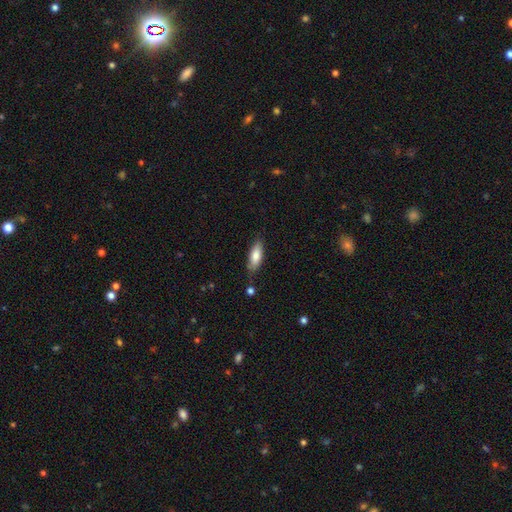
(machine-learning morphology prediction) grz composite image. It shows a smooth galaxy with no disk features (78%) that is in between round and cigar-shaped (65%). Merging: none (73%).